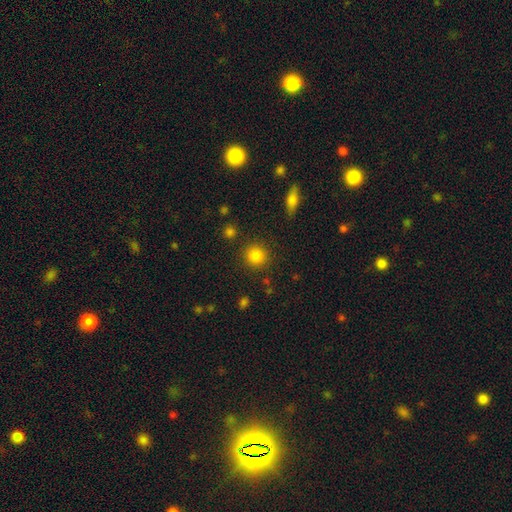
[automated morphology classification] type=smooth (84%); roundness=round (92%); merging=none (88%).